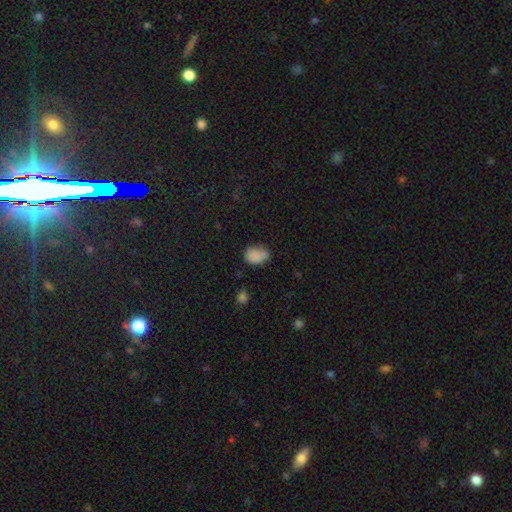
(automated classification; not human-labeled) Overall: smooth (82%). How rounded: in between (76%). Merging: none (55%; minor disturbance 32%).